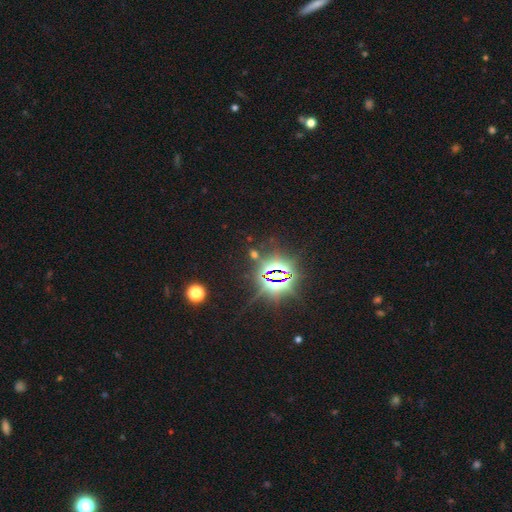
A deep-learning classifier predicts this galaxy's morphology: Smooth or featured? star or artifact (84%)